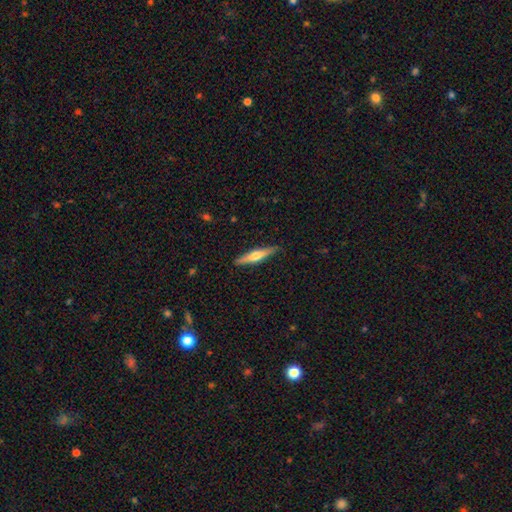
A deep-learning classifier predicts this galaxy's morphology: Q: Smooth or featured?
A: featured or disk (54%); runner-up: smooth (40%)
Q: Edge-on disk?
A: yes (96%); runner-up: no (4%)
Q: Edge-on bulge?
A: rounded (86%); runner-up: none (8%)
Q: Merging?
A: none (88%); runner-up: minor disturbance (9%)